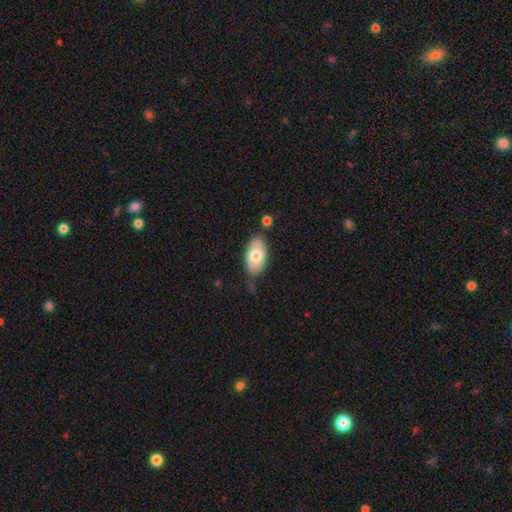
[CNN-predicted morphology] smooth 72%, featured or disk 22%, star or artifact 6%. Down the decision tree: how rounded — in between (93%); merging — none (69%).